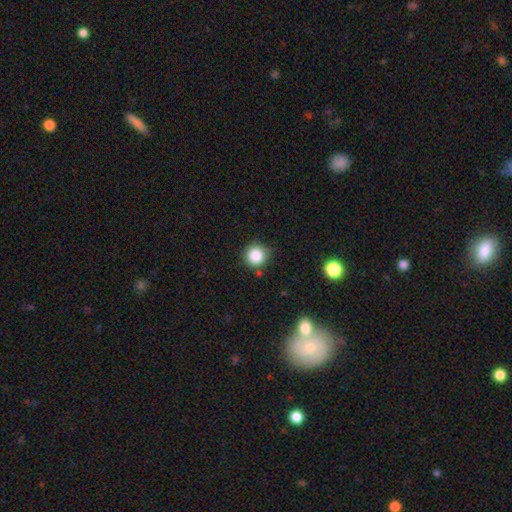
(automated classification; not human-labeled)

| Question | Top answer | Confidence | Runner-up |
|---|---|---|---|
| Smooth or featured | smooth | 86% | star or artifact (11%) |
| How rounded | round | 94% | in between (5%) |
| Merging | none | 81% | minor disturbance (13%) |